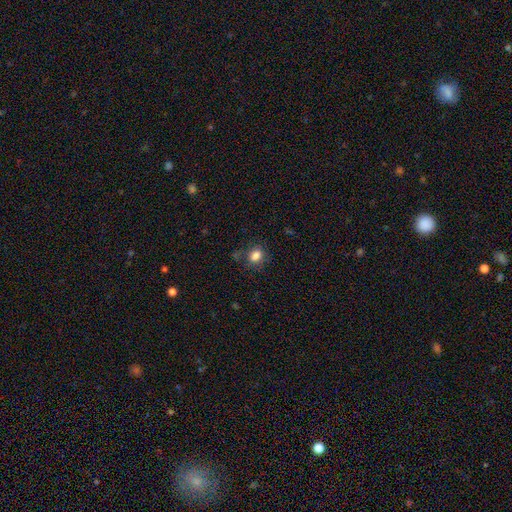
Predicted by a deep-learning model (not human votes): Smooth or featured? smooth (83%)
How rounded? in between (63%)
Merging? none (74%)